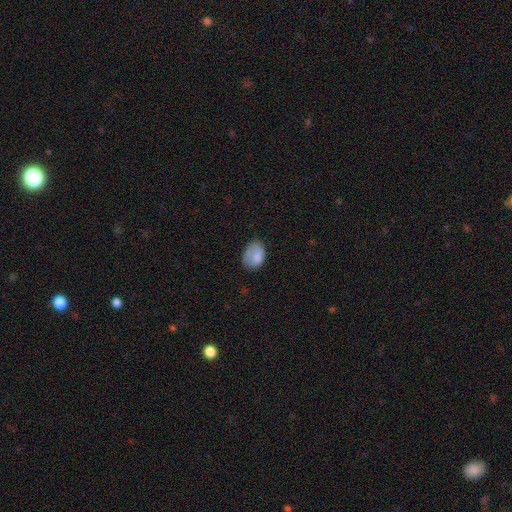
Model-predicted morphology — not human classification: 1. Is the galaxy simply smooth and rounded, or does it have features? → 78% smooth, 14% featured or disk, 8% star or artifact.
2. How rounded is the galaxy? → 78% in between, 21% round, 1% cigar-shaped.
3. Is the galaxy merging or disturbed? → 52% none, 31% minor disturbance, 15% major disturbance, 2% merger.